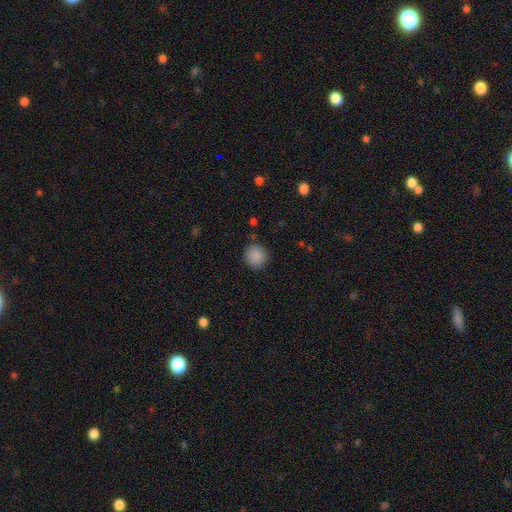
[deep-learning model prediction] A smooth galaxy with no disk features (88%) that is round (92%).

Vote fractions:
- Smooth or featured? smooth: 88% / star or artifact: 9% / featured or disk: 3%
- How rounded? round: 92% / in between: 7% / cigar-shaped: 1%
- Merging? none: 88% / minor disturbance: 8% / major disturbance: 3% / merger: 1%